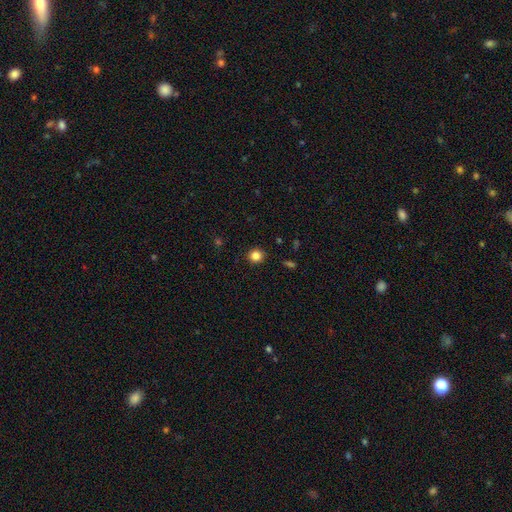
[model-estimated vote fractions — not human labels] Smooth or featured?
  - smooth: 85% *
  - star or artifact: 11%
  - featured or disk: 4%
How rounded?
  - round: 90% *
  - in between: 9%
  - cigar-shaped: 1%
Merging?
  - none: 91% *
  - minor disturbance: 6%
  - major disturbance: 2%
  - merger: 1%